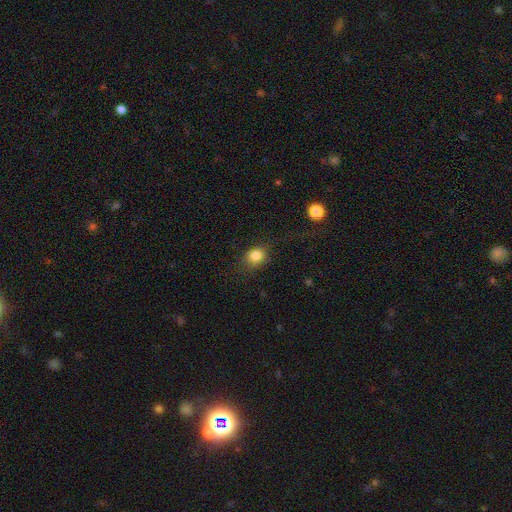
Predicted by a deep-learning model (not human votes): A smooth galaxy with no disk features (83%) that is round (59%). Merging: none (75%).